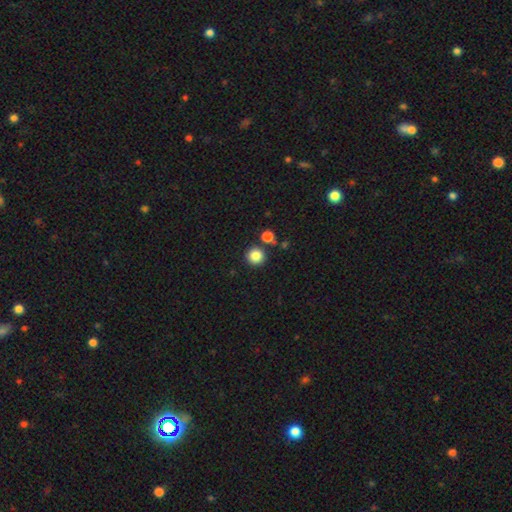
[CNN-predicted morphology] smooth_or_featured: smooth (p=0.85) [alt: star or artifact p=0.11]
how_rounded: round (p=0.94) [alt: in between p=0.05]
merging: none (p=0.85) [alt: merger p=0.07]